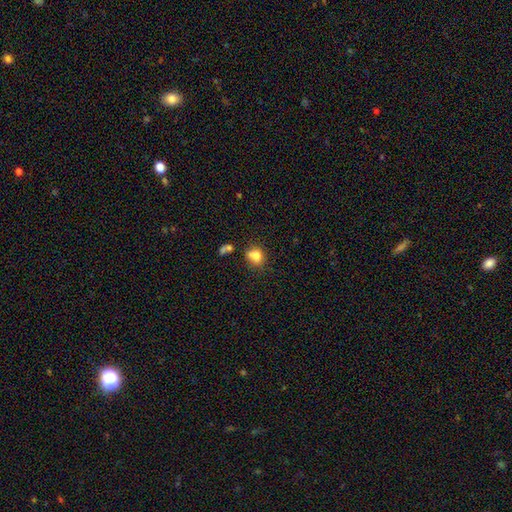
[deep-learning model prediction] Q: Smooth or featured?
A: smooth (77%); runner-up: star or artifact (12%)
Q: How rounded?
A: round (60%); runner-up: in between (39%)
Q: Merging?
A: none (47%); runner-up: merger (25%)